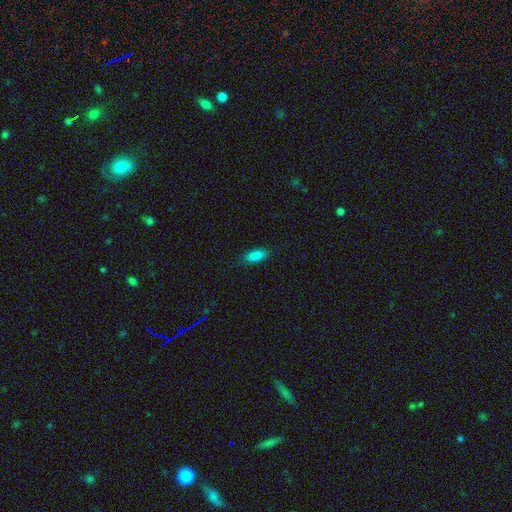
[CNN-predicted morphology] This is clearly a smooth galaxy (88%). How rounded: likely in between (80%). Merging: clearly none (86%).